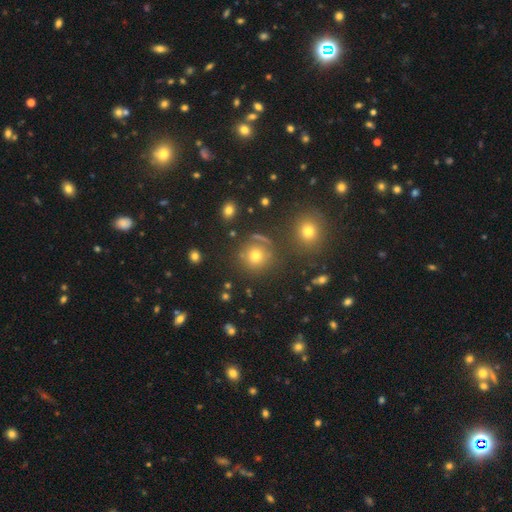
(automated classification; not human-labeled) Smooth or featured? smooth (64%)
How rounded? round (90%)
Merging? none (77%)